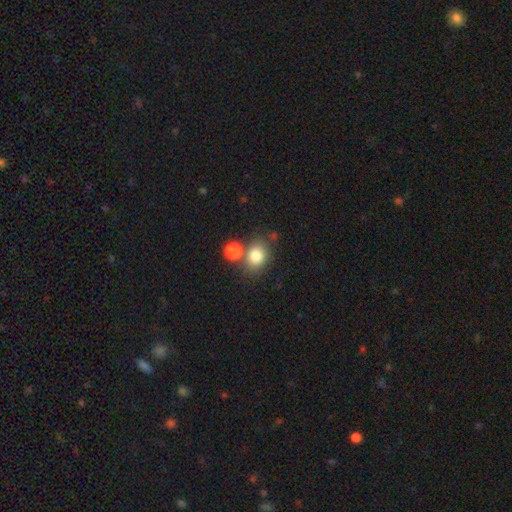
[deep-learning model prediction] Q: Smooth or featured?
A: smooth (81%); runner-up: star or artifact (11%)
Q: How rounded?
A: round (60%); runner-up: in between (39%)
Q: Merging?
A: none (64%); runner-up: merger (19%)